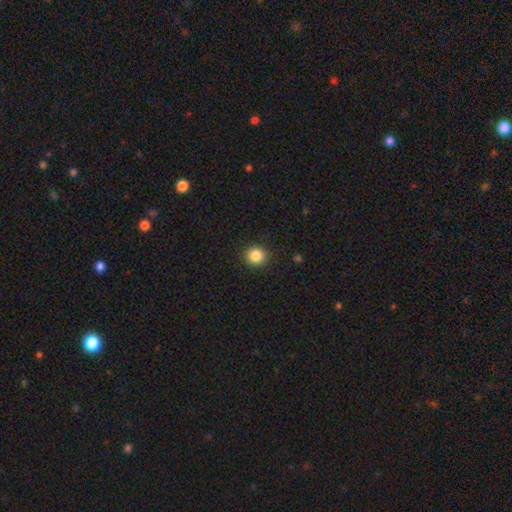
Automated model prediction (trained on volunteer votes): The model was most divided on "smooth or featured": smooth: 86%, star or artifact: 10%, featured or disk: 4%. More confident: merging — none (91%); how rounded — round (89%).